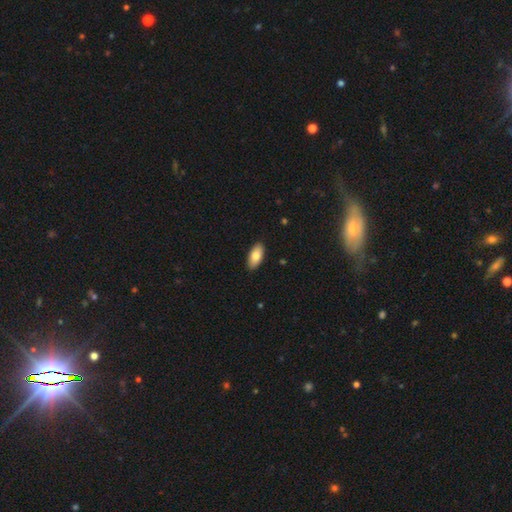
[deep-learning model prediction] Morphology: type=smooth (83%); roundness=in between (91%); merging=none (90%).